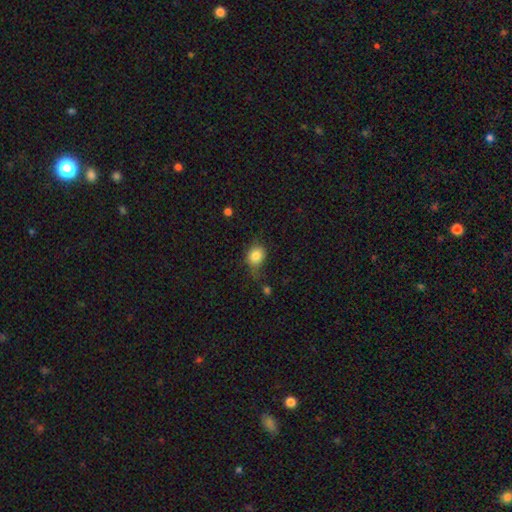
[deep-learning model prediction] Overall: smooth (83%). How rounded: round (57%; in between 42%). Merging: none (55%; minor disturbance 30%).